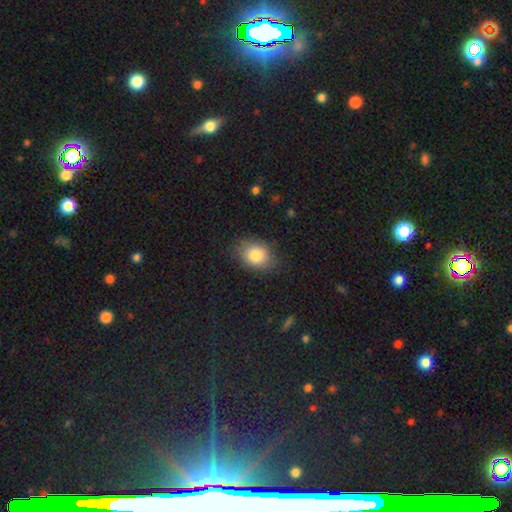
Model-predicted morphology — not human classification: Smooth or featured?
  - smooth: 83% *
  - featured or disk: 9%
  - star or artifact: 8%
How rounded?
  - in between: 65% *
  - round: 34%
  - cigar-shaped: 1%
Merging?
  - none: 80% *
  - minor disturbance: 15%
  - major disturbance: 4%
  - merger: 1%